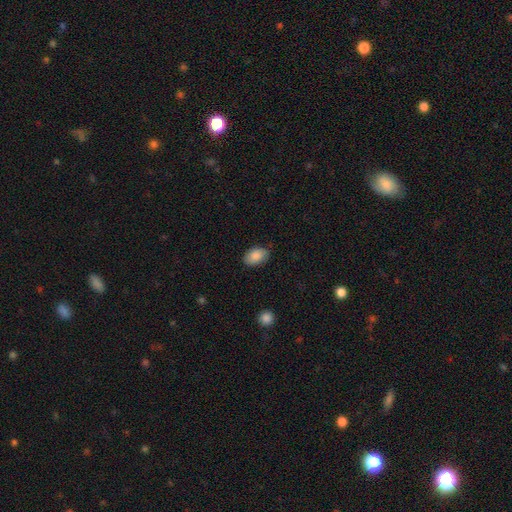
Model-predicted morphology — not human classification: The model was most divided on "merging": none: 82%, minor disturbance: 14%, major disturbance: 3%, merger: 1%. More confident: how rounded — in between (90%); smooth or featured — smooth (87%).